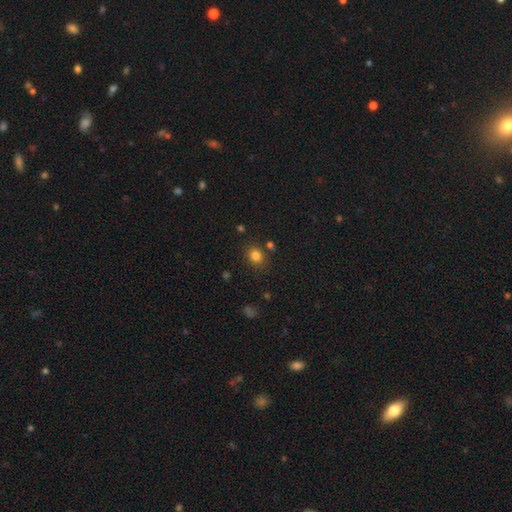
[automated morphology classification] Smooth or featured? smooth (82%)
How rounded? round (66%)
Merging? none (81%)